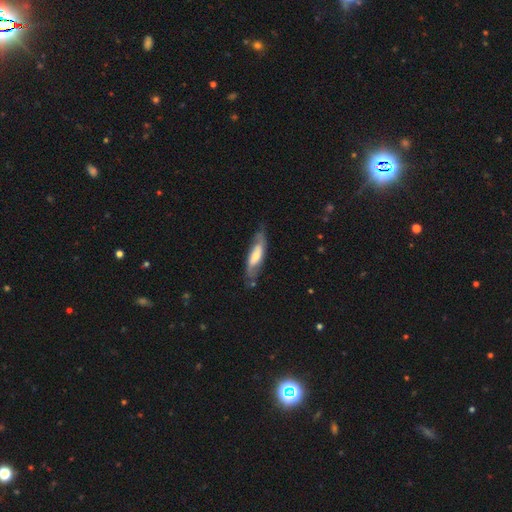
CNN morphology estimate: Smooth or featured? Predicted: featured or disk (p=0.54). Edge-on disk? Predicted: no (p=0.67). Merging? Predicted: none (p=0.65).